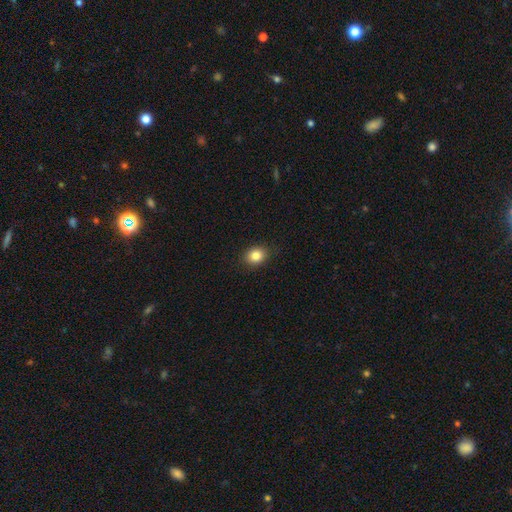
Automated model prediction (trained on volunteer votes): The model was most divided on "how rounded": round: 51%, in between: 49%, cigar-shaped: 1%. More confident: merging — none (88%); smooth or featured — smooth (85%).